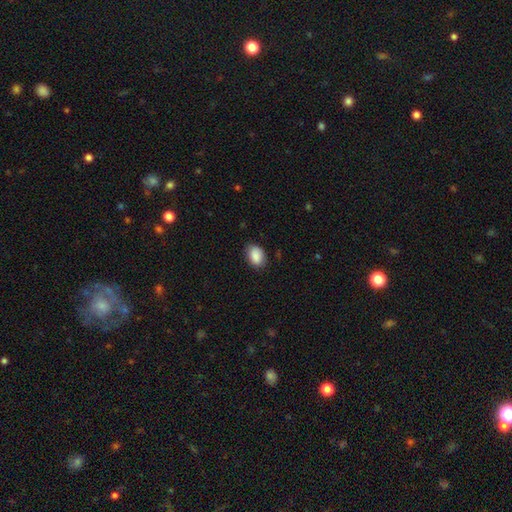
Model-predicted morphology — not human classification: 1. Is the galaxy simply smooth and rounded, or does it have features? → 89% smooth, 7% star or artifact, 4% featured or disk.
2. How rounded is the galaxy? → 82% in between, 17% round, 1% cigar-shaped.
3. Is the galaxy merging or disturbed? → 81% none, 16% minor disturbance, 3% major disturbance, 1% merger.